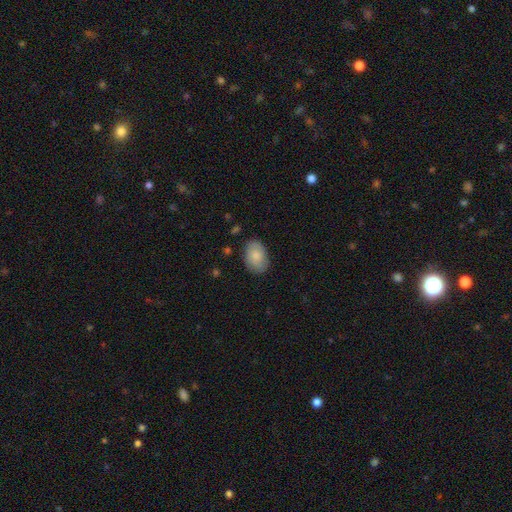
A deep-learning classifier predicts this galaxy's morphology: This appears to be a smooth galaxy with no disk features (76%) that is in between round and cigar-shaped (83%). Merging: none (80%).